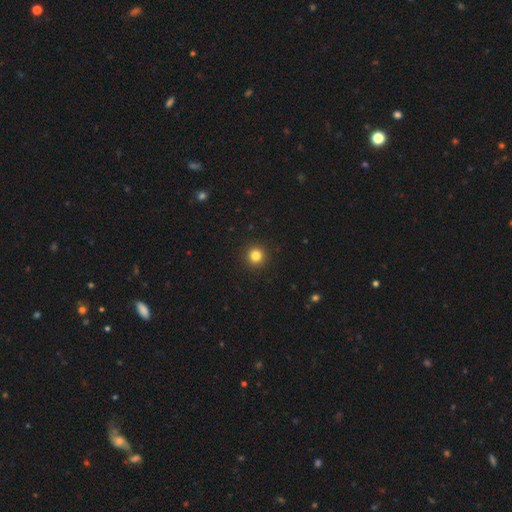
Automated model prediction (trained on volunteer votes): Smooth or featured? Predicted: smooth (p=0.83). How rounded? Predicted: round (p=0.95). Merging? Predicted: none (p=0.93).